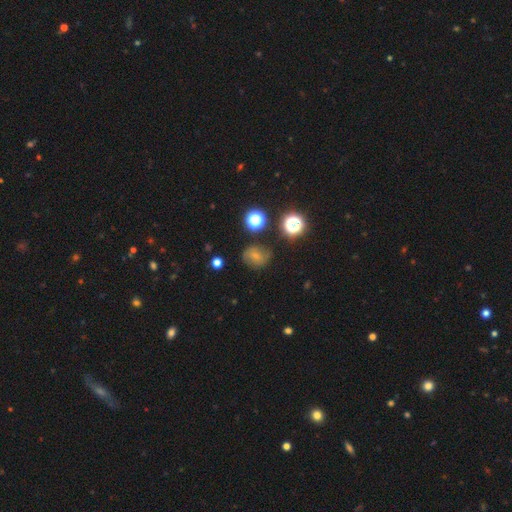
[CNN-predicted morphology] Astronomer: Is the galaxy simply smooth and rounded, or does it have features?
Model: smooth — 56%.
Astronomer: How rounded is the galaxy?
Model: round — 60% (runner-up: in between, 38%).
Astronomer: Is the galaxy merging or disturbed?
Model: none — 69%.